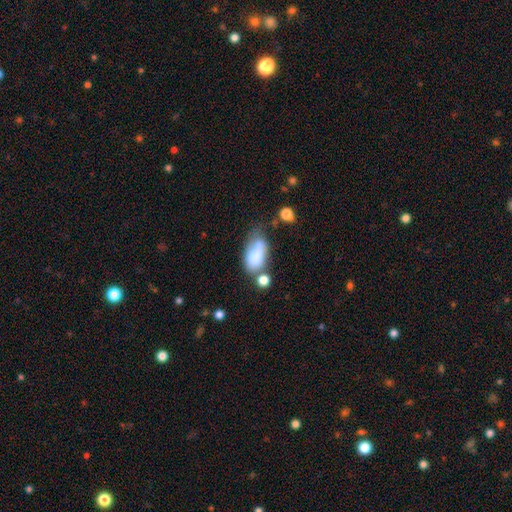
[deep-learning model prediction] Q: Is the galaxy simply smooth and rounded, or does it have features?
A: smooth — 73%.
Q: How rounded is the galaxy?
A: in between — 91%.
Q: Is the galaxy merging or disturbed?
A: none — 32%.